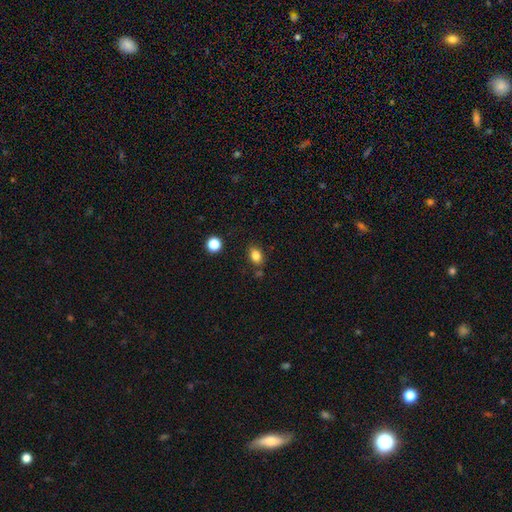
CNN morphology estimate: A smooth galaxy with no disk features (83%) that is in between round and cigar-shaped (74%). Merging: none (78%).